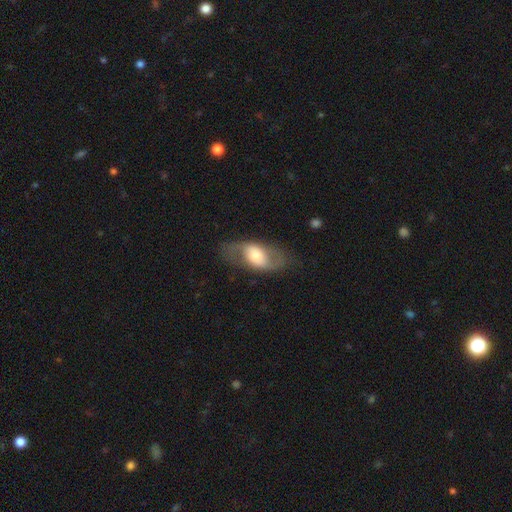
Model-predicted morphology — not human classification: The model was most divided on "bar": no: 44%, weak: 35%, strong: 21%. More confident: edge-on disk — no (90%); spiral arms — yes (74%); merging — none (72%); smooth or featured — featured or disk (59%); bulge size — moderate (51%).